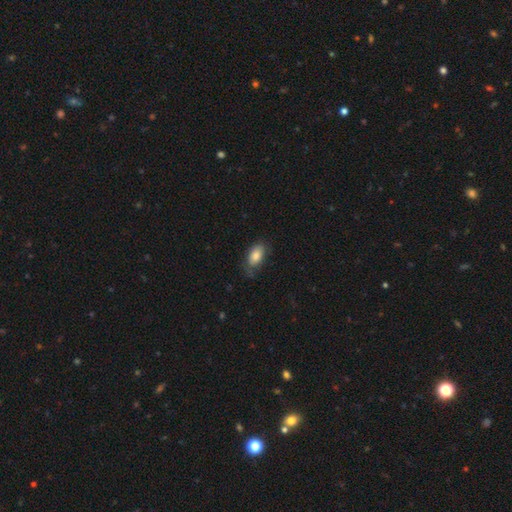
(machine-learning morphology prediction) Q: Smooth or featured?
A: smooth (82%); runner-up: featured or disk (11%)
Q: How rounded?
A: in between (91%); runner-up: round (5%)
Q: Merging?
A: none (63%); runner-up: minor disturbance (27%)